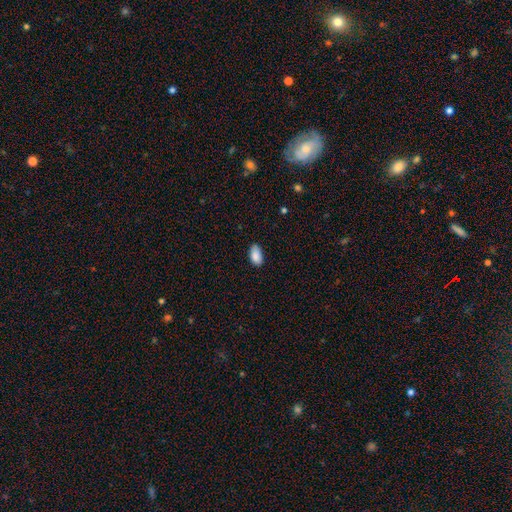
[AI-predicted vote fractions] smooth-or-featured: smooth: 88% | star or artifact: 7% | featured or disk: 5%
  how-rounded: in between: 94% | round: 3% | cigar-shaped: 3%
  merging: none: 77% | minor disturbance: 20% | major disturbance: 3% | merger: 1%